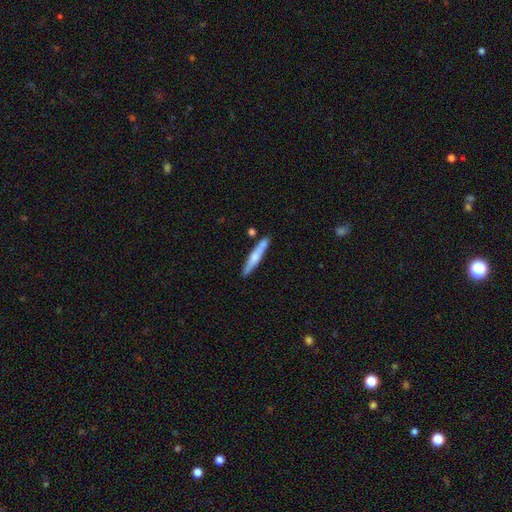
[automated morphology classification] This is possibly a smooth galaxy (59%). How rounded: clearly cigar-shaped (92%). Merging: clearly none (83%).